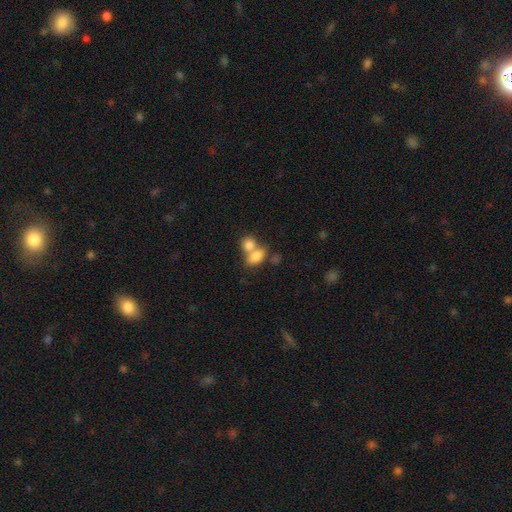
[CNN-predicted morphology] The model was most divided on "merging": merger: 59%, none: 29%, minor disturbance: 8%, major disturbance: 4%. More confident: smooth or featured — smooth (80%); how rounded — in between (77%).